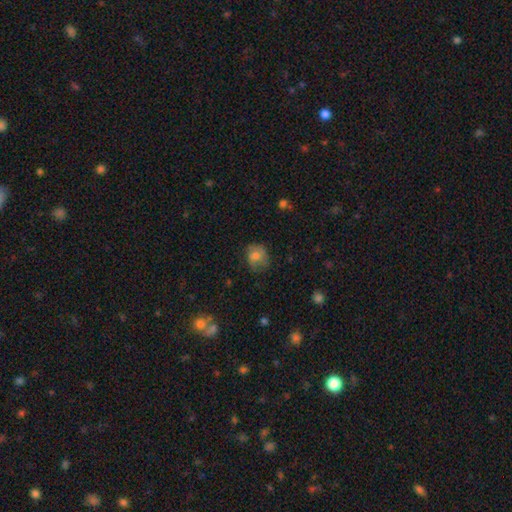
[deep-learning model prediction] Smooth or featured? smooth (73%)
How rounded? round (66%)
Merging? none (61%)